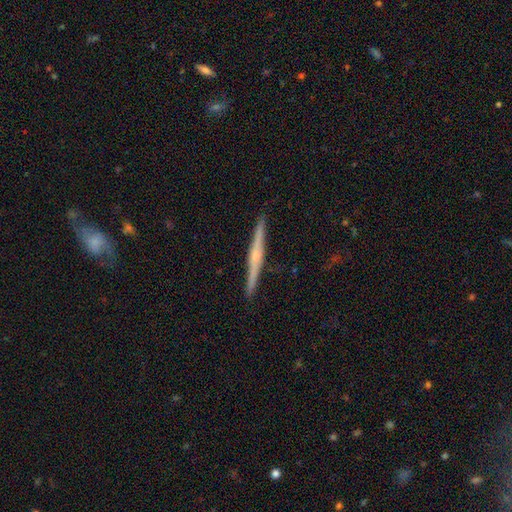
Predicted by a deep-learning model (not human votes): Smooth or featured?
  - featured or disk: 76% *
  - smooth: 19%
  - star or artifact: 6%
Edge-on disk?
  - yes: 98% *
  - no: 2%
Edge-on bulge?
  - rounded: 73% *
  - none: 18%
  - boxy: 9%
Merging?
  - none: 92% *
  - minor disturbance: 6%
  - major disturbance: 1%
  - merger: 1%